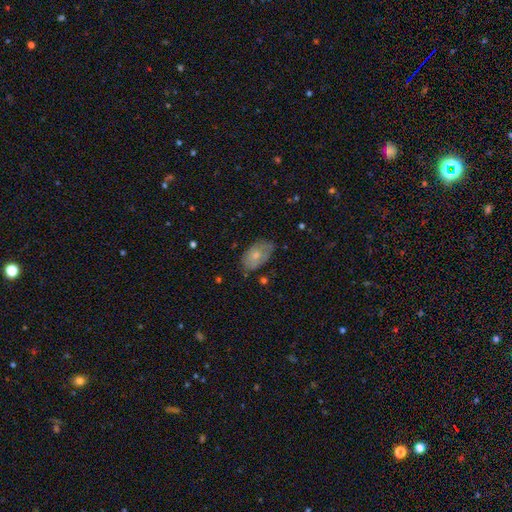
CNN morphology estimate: Smooth or featured?
  - smooth: 61% *
  - featured or disk: 32%
  - star or artifact: 7%
How rounded?
  - in between: 92% *
  - round: 7%
  - cigar-shaped: 2%
Merging?
  - none: 67% *
  - minor disturbance: 25%
  - major disturbance: 6%
  - merger: 2%